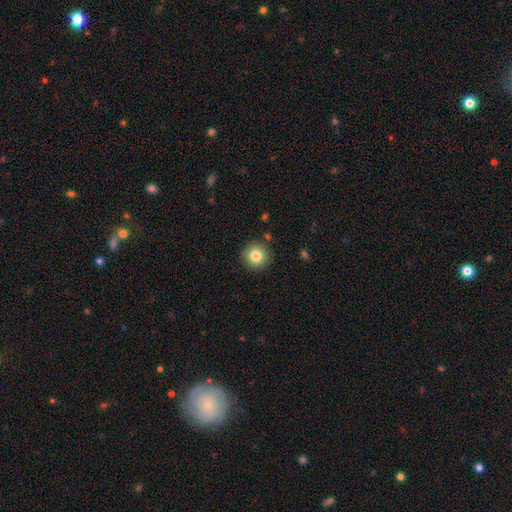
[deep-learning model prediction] Smooth or featured? Predicted: smooth (p=0.83). How rounded? Predicted: round (p=0.94). Merging? Predicted: none (p=0.89).